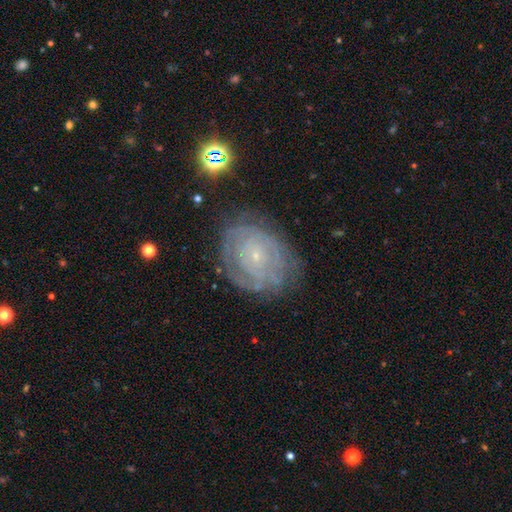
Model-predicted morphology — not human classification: The model was most divided on "spiral arm count": can't tell: 49%, 2: 15%, 3: 12%, 4: 10%, more than 4: 7%, 1: 6%. More confident: edge-on disk — no (97%); bulge size — small (87%); spiral arms — yes (86%); bar — no (81%); spiral winding — tight (79%); smooth or featured — featured or disk (76%); merging — none (74%).